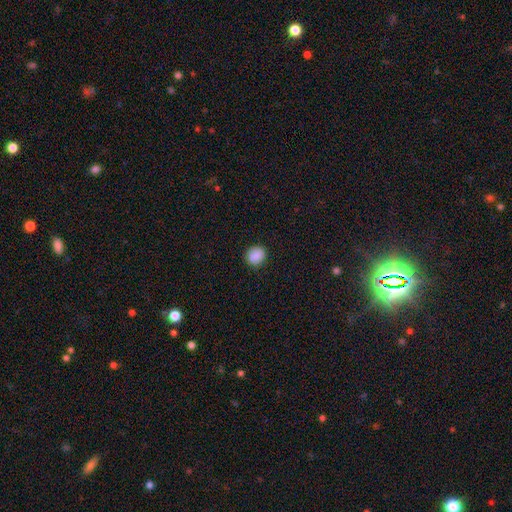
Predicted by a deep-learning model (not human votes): A smooth galaxy with no disk features (88%) that is round (75%).

Vote fractions:
- Smooth or featured? smooth: 88% / star or artifact: 8% / featured or disk: 3%
- How rounded? round: 75% / in between: 24% / cigar-shaped: 1%
- Merging? none: 87% / minor disturbance: 10% / major disturbance: 2% / merger: 1%